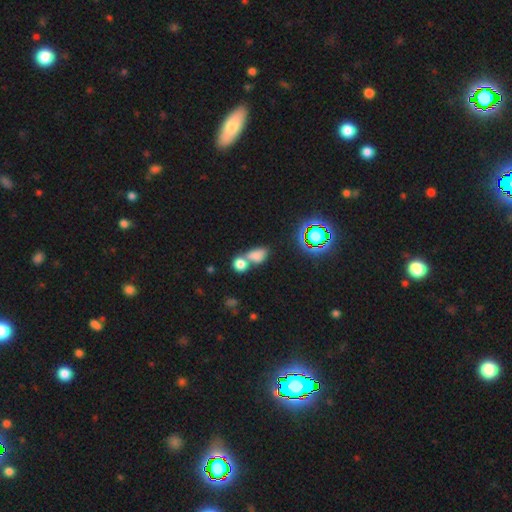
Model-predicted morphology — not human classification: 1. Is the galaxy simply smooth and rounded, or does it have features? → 74% smooth, 17% star or artifact, 10% featured or disk.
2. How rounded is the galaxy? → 67% in between, 30% round, 3% cigar-shaped.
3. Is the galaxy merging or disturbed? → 55% merger, 31% none, 9% minor disturbance, 5% major disturbance.